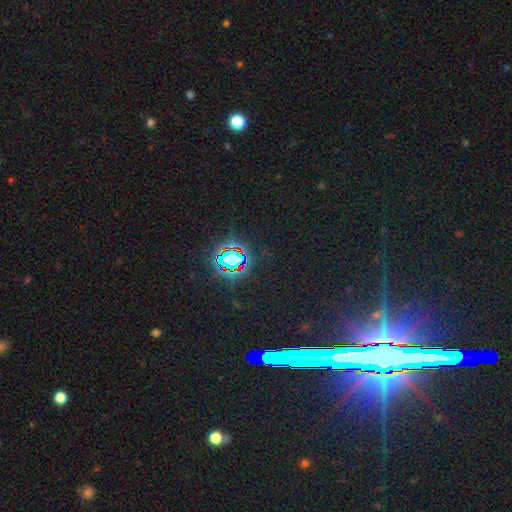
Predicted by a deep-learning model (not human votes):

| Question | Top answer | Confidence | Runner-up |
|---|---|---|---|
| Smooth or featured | star or artifact | 81% | featured or disk (10%) |